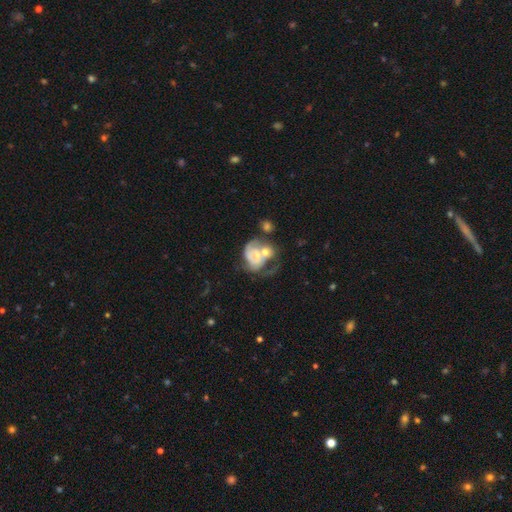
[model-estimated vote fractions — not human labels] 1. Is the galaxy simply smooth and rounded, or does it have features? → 59% featured or disk, 33% smooth, 8% star or artifact.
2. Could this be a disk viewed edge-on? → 98% no, 2% yes.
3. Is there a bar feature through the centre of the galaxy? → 72% no, 22% weak, 5% strong.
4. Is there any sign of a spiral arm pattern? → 58% yes, 42% no.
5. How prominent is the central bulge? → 47% small, 36% moderate, 11% none, 4% large, 2% dominant.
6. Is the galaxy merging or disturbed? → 44% merger, 24% major disturbance, 18% none, 14% minor disturbance.